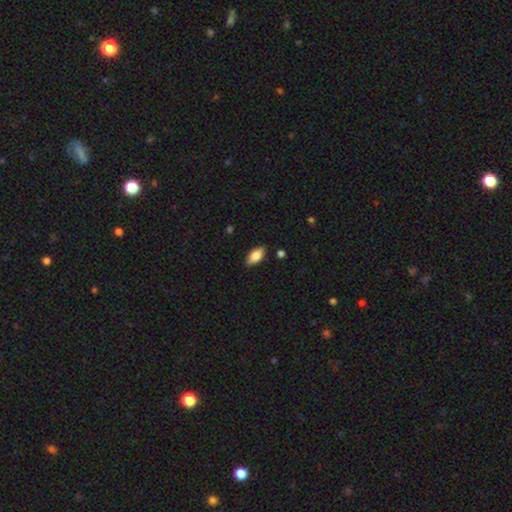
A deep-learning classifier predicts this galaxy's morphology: Smooth or featured? Predicted: smooth (p=0.80). How rounded? Predicted: in between (p=0.90). Merging? Predicted: none (p=0.86).